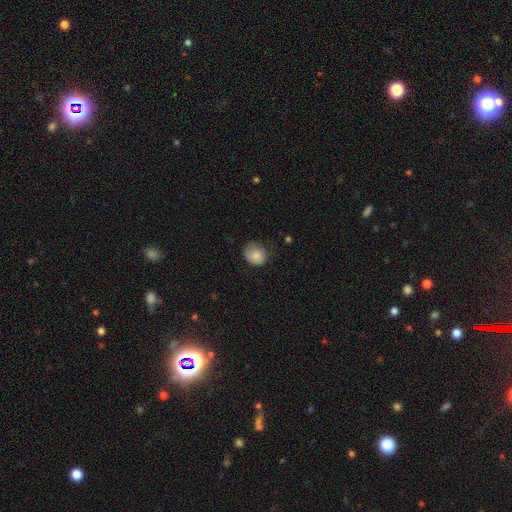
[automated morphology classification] smooth-or-featured: smooth: 83% | featured or disk: 9% | star or artifact: 8%
  how-rounded: round: 68% | in between: 31% | cigar-shaped: 1%
  merging: none: 62% | minor disturbance: 29% | major disturbance: 8% | merger: 1%